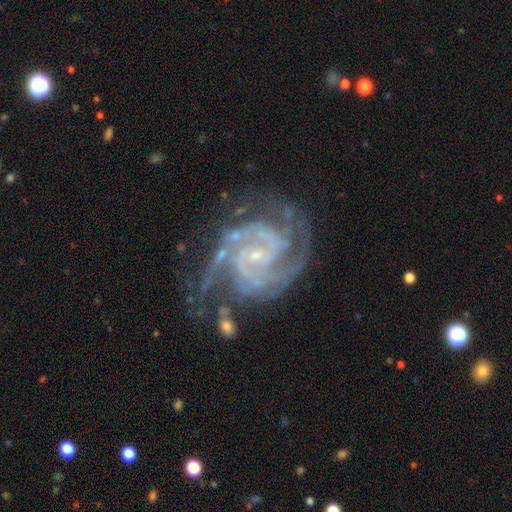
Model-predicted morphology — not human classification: A featured or disk galaxy (92%) with no bar (48%), 2 (45%) tight (56%) spiral arms (99%) and a small central bulge (84%).

Vote fractions:
- Smooth or featured? featured or disk: 92% / star or artifact: 5% / smooth: 3%
- Edge-on disk? no: 98% / yes: 2%
- Bar? no: 48% / weak: 36% / strong: 16%
- Spiral arms? yes: 99% / no: 1%
- Spiral winding? tight: 56% / medium: 39% / loose: 5%
- Spiral arm count? 2: 45% / 3: 25% / 4: 10% / can't tell: 9% / more than 4: 5% / 1: 5%
- Bulge size? small: 84% / moderate: 11% / none: 4% / large: 1% / dominant: 1%
- Merging? none: 63% / minor disturbance: 21% / major disturbance: 12% / merger: 4%